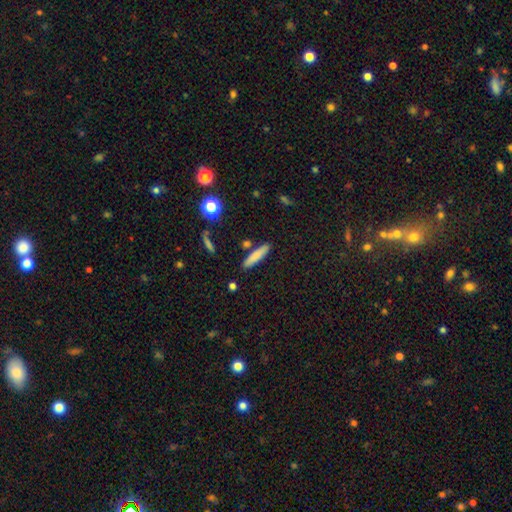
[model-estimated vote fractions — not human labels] This appears to be a smooth galaxy with no disk features (80%) that is cigar-shaped (84%). Merging: none (85%).